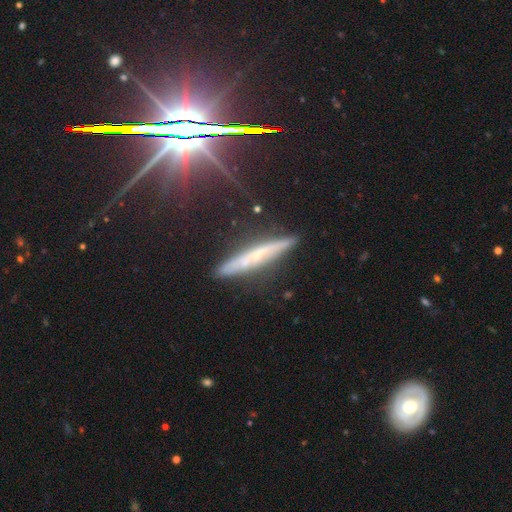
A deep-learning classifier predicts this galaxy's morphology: Smooth or featured?
  - featured or disk: 55% *
  - smooth: 32%
  - star or artifact: 13%
Edge-on disk?
  - yes: 89% *
  - no: 11%
Merging?
  - none: 80% *
  - minor disturbance: 15%
  - major disturbance: 3%
  - merger: 2%